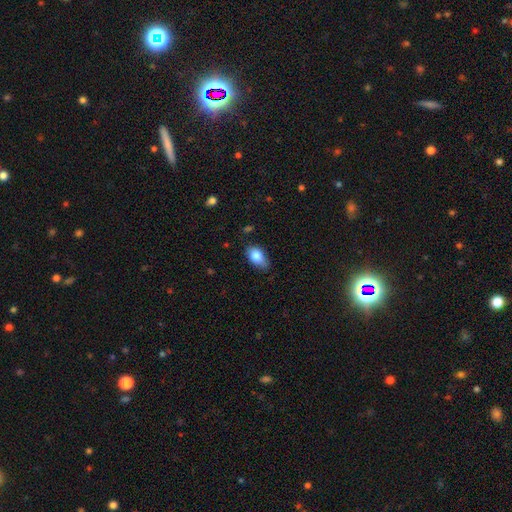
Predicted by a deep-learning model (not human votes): Smooth or featured: smooth — 83% (featured or disk — 10%)
How rounded: in between — 91% (round — 7%)
Merging: none — 68% (minor disturbance — 26%)